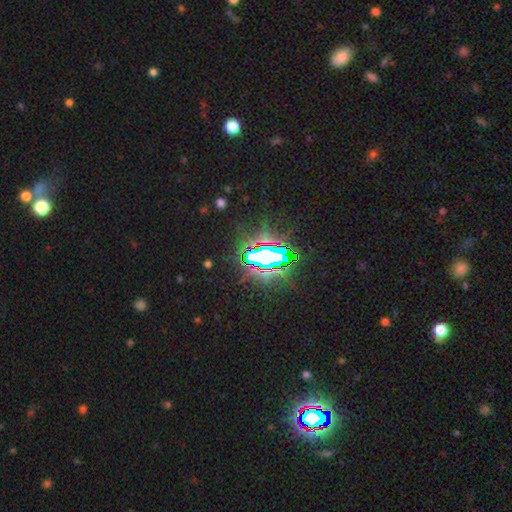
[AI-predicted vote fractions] Smooth or featured?
  - star or artifact: 79% *
  - smooth: 12%
  - featured or disk: 9%